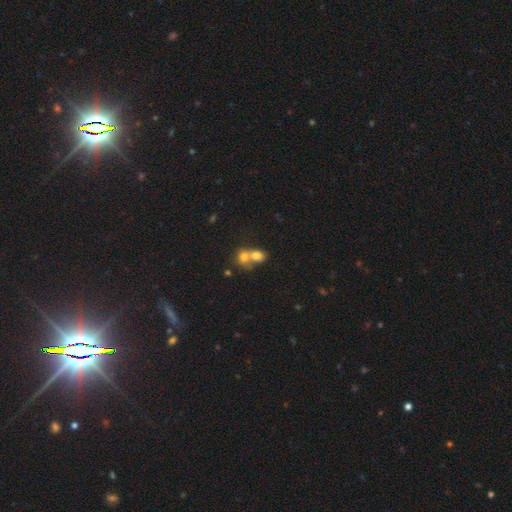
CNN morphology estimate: Smooth or featured? Predicted: smooth (p=0.74). How rounded? Predicted: round (p=0.52). Merging? Predicted: merger (p=0.72).